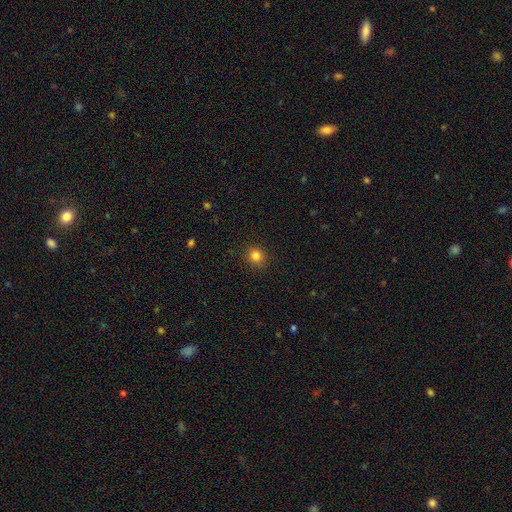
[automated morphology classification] smooth 83%, star or artifact 13%, featured or disk 5%. Down the decision tree: how rounded — round (83%); merging — none (89%).